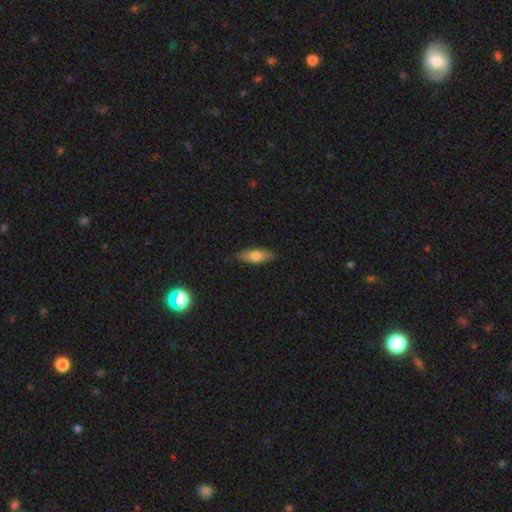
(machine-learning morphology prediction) smooth 73%, featured or disk 21%, star or artifact 6%. Down the decision tree: how rounded — in between (64%); merging — none (84%).